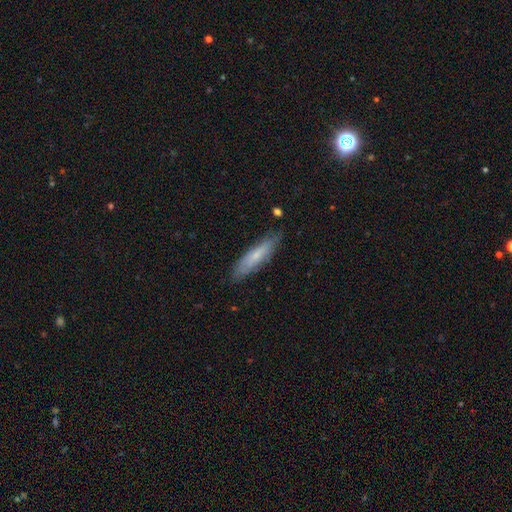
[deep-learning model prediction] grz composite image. It shows a smooth galaxy with no disk features (62%) that is cigar-shaped (75%). Merging: none (81%).